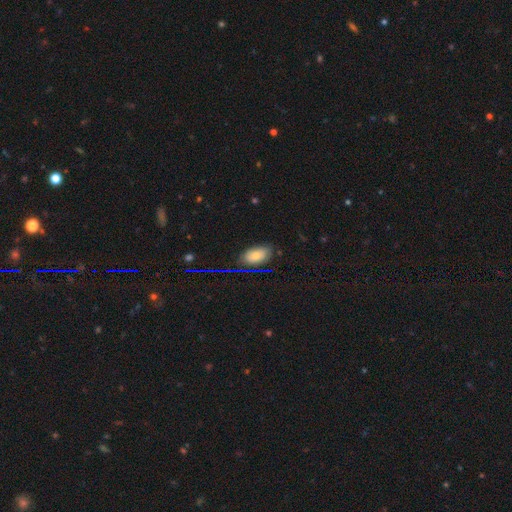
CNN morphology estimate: smooth-or-featured: smooth: 73% | star or artifact: 14% | featured or disk: 13%
  how-rounded: in between: 92% | round: 5% | cigar-shaped: 3%
  merging: none: 76% | minor disturbance: 18% | major disturbance: 4% | merger: 2%